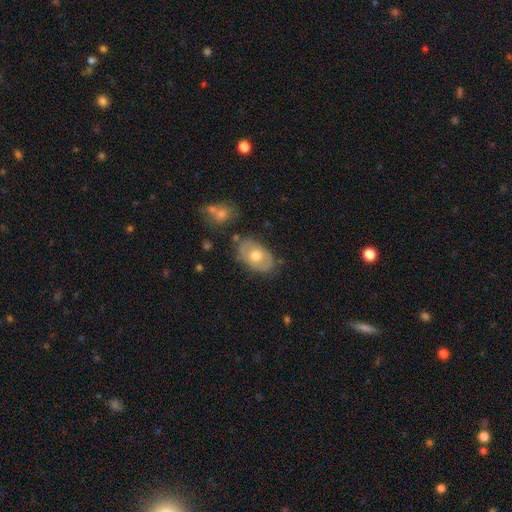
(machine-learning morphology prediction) smooth_or_featured: smooth (p=0.55) [alt: featured or disk p=0.38]
how_rounded: in between (p=0.87) [alt: round p=0.12]
merging: none (p=0.74) [alt: minor disturbance p=0.18]